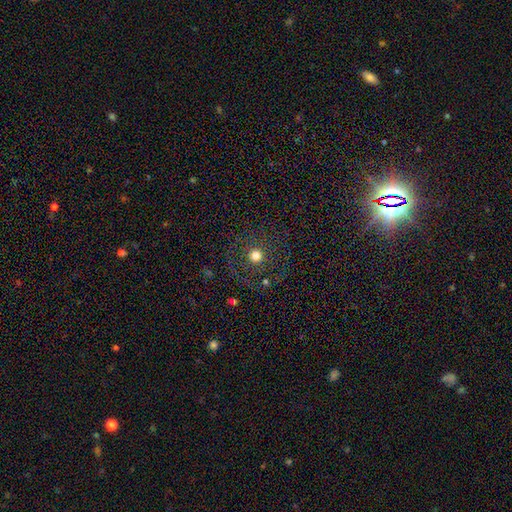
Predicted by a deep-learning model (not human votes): This is likely a smooth galaxy (61%). How rounded: clearly round (95%). Merging: clearly none (82%).